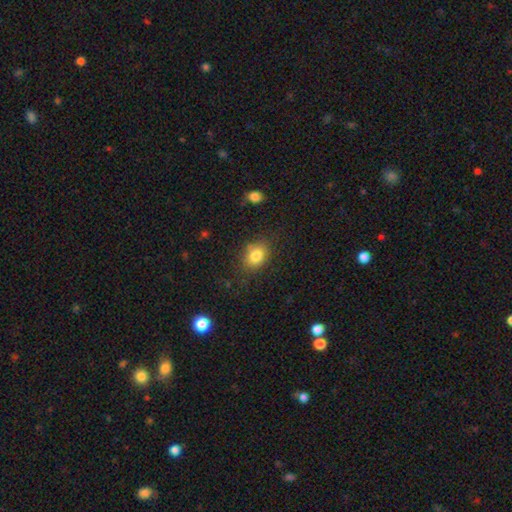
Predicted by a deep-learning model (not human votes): Smooth or featured?
  - smooth: 82% *
  - star or artifact: 10%
  - featured or disk: 8%
How rounded?
  - in between: 64% *
  - round: 35%
  - cigar-shaped: 1%
Merging?
  - none: 76% *
  - minor disturbance: 16%
  - major disturbance: 5%
  - merger: 3%